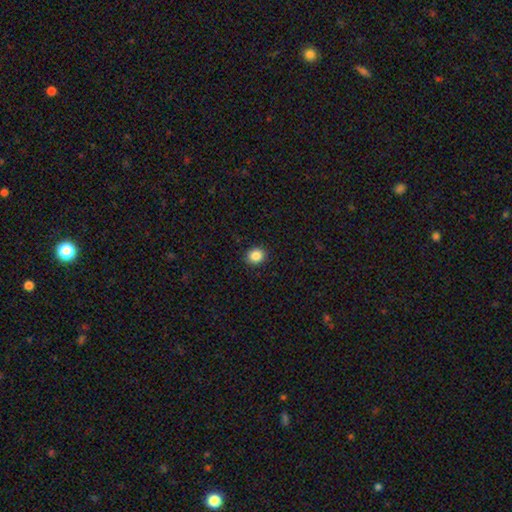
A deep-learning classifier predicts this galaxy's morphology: smooth 86%, star or artifact 10%, featured or disk 4%. Down the decision tree: how rounded — round (74%); merging — none (91%).